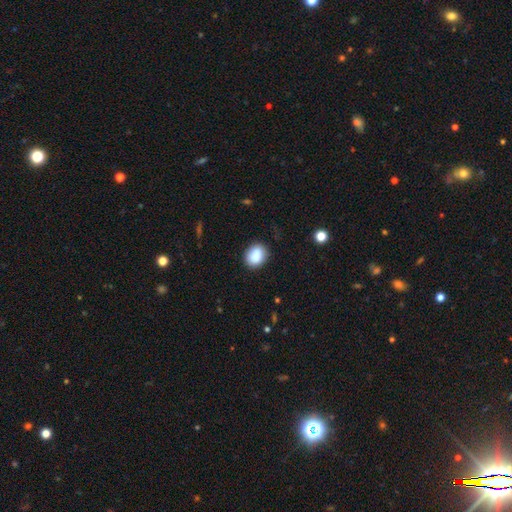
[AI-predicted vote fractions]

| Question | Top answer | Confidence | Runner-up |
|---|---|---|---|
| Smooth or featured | smooth | 88% | star or artifact (8%) |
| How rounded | in between | 52% | round (47%) |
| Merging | none | 83% | minor disturbance (12%) |